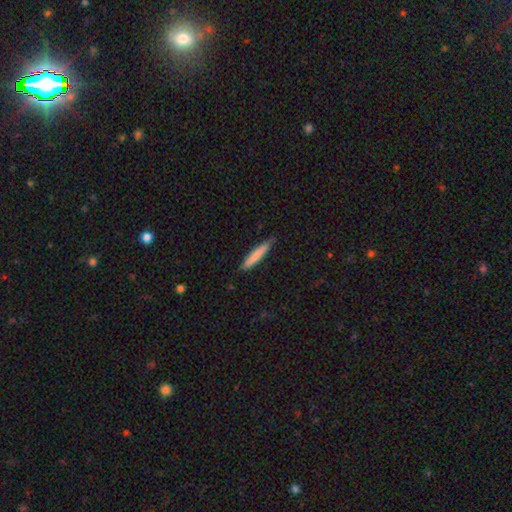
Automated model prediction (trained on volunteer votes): This appears to be a smooth galaxy with no disk features (78%) that is cigar-shaped (92%). Merging: none (79%).